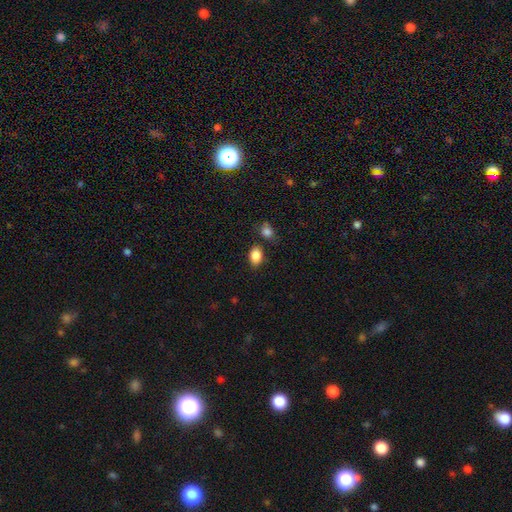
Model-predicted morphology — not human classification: smooth_or_featured: smooth (p=0.86) [alt: star or artifact p=0.09]
how_rounded: in between (p=0.79) [alt: round p=0.20]
merging: none (p=0.75) [alt: minor disturbance p=0.13]